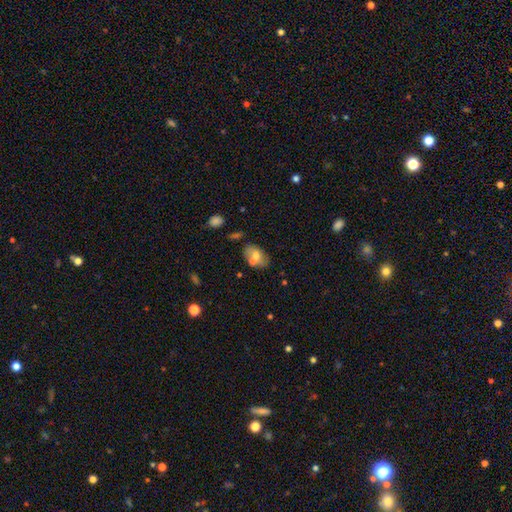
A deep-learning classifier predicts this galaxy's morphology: A smooth galaxy with no disk features (58%) that is in between round and cigar-shaped (83%).

Vote fractions:
- Smooth or featured? smooth: 58% / featured or disk: 33% / star or artifact: 9%
- How rounded? in between: 83% / round: 15% / cigar-shaped: 2%
- Merging? none: 49% / merger: 26% / minor disturbance: 19% / major disturbance: 7%